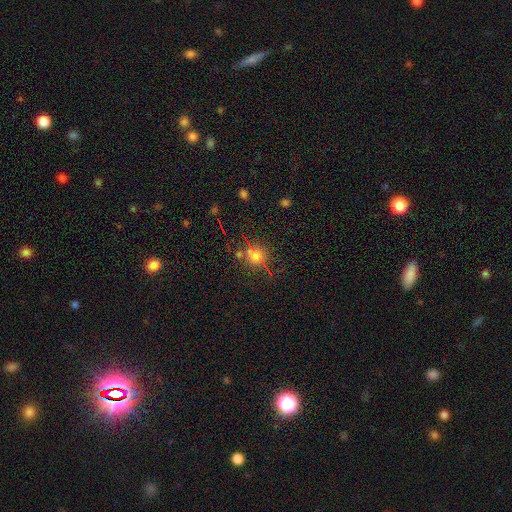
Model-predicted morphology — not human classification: Overall: smooth (62%; star or artifact 25%). How rounded: round (81%). Merging: none (72%).